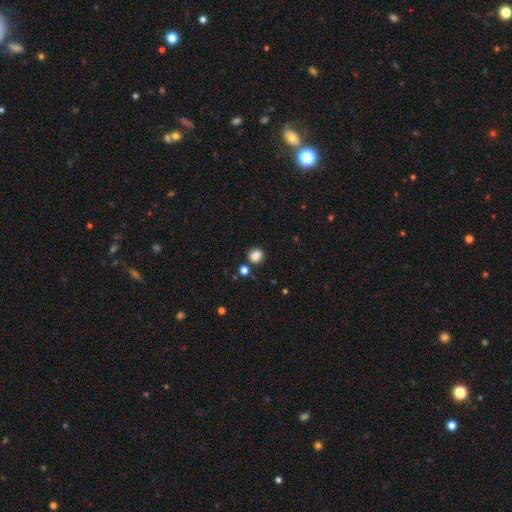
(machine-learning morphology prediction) A smooth galaxy with no disk features (85%) that is round (75%). Merging: none (79%).